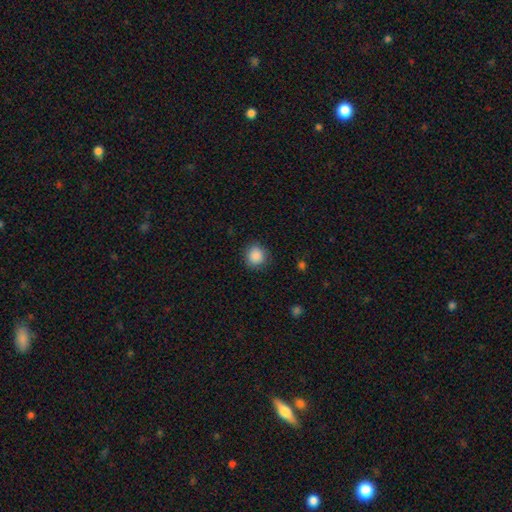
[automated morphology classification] Smooth or featured? smooth (88%)
How rounded? round (89%)
Merging? none (86%)